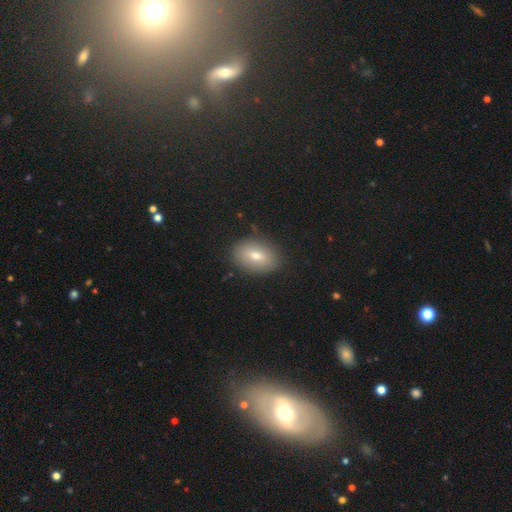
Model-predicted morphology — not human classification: smooth_or_featured: smooth (p=0.70) [alt: featured or disk p=0.19]
how_rounded: in between (p=0.77) [alt: round p=0.22]
merging: none (p=0.86) [alt: minor disturbance p=0.10]